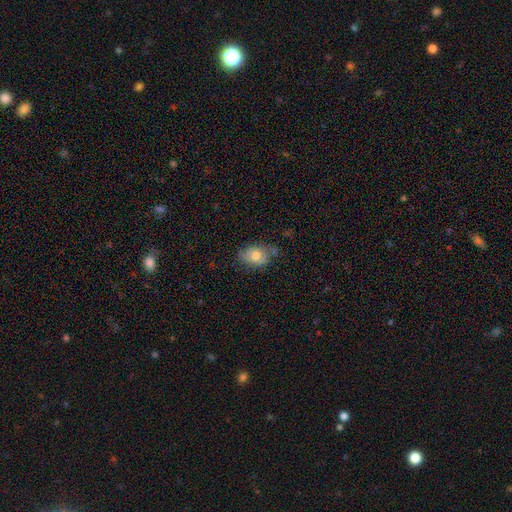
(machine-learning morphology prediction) type=smooth (70%); roundness=in between (73%); merging=none (61%).